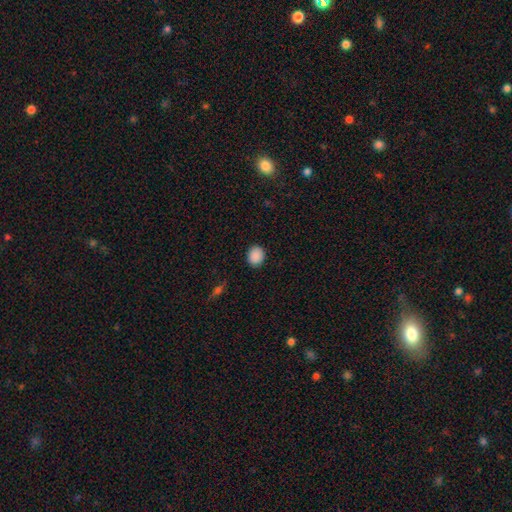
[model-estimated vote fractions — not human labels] Smooth or featured? smooth (89%)
How rounded? round (66%)
Merging? none (90%)